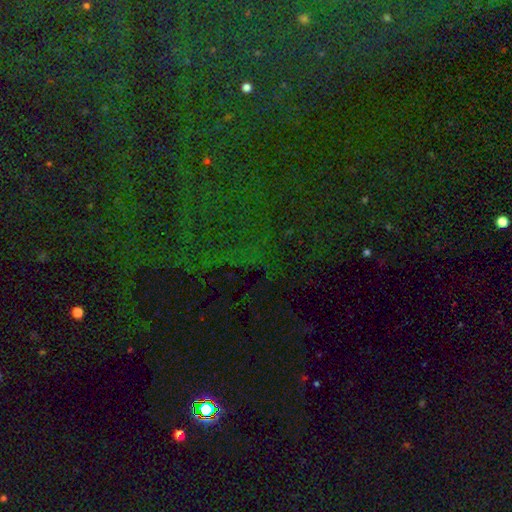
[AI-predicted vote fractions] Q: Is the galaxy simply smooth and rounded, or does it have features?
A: star or artifact — 80%.